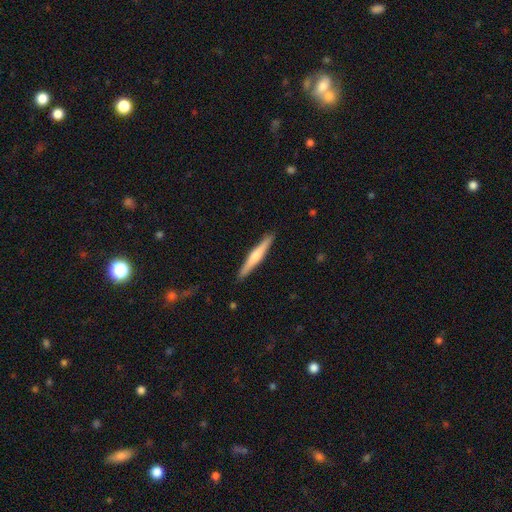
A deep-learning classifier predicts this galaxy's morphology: This is possibly a featured or disk galaxy (49%). Merging: clearly none (91%).